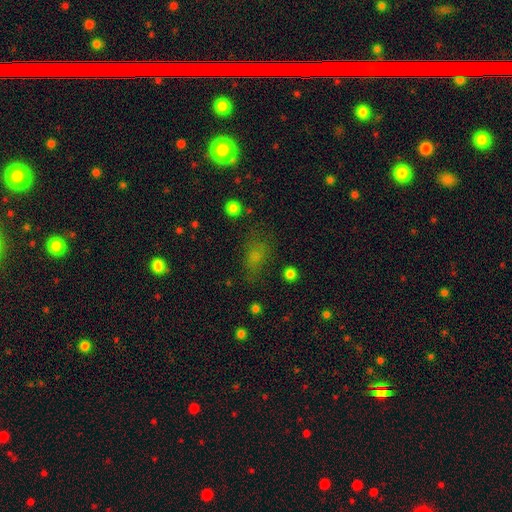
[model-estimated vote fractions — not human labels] Smooth or featured?
  - smooth: 66% *
  - star or artifact: 22%
  - featured or disk: 12%
How rounded?
  - in between: 74% *
  - round: 19%
  - cigar-shaped: 7%
Merging?
  - none: 62% *
  - minor disturbance: 21%
  - major disturbance: 14%
  - merger: 3%